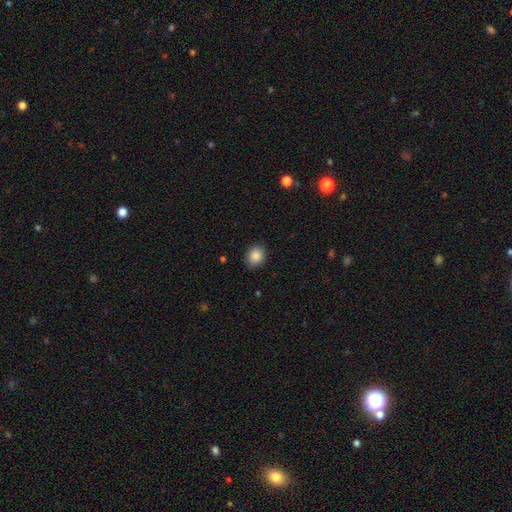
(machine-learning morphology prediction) smooth-or-featured: smooth: 87% | star or artifact: 9% | featured or disk: 4%
  how-rounded: round: 60% | in between: 39% | cigar-shaped: 1%
  merging: none: 86% | minor disturbance: 10% | major disturbance: 2% | merger: 1%